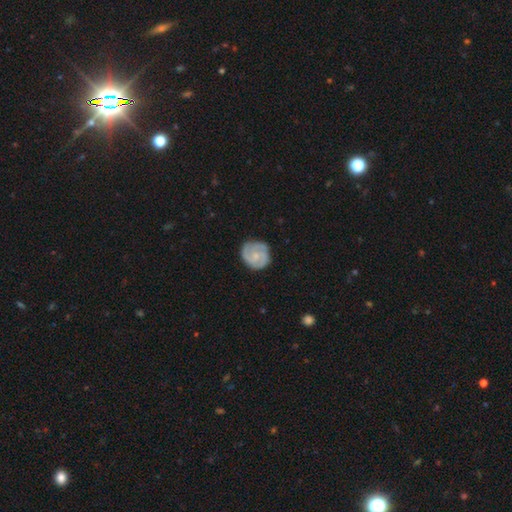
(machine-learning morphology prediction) Overall: featured or disk (73%). Edge-on disk: no (98%). Bar: no (71%). Spiral arms: yes (95%). Spiral arm count: 3 (50%; 2 25%). Spiral winding: tight (55%; medium 37%). Bulge size: small (62%; moderate 27%). Merging: none (77%).